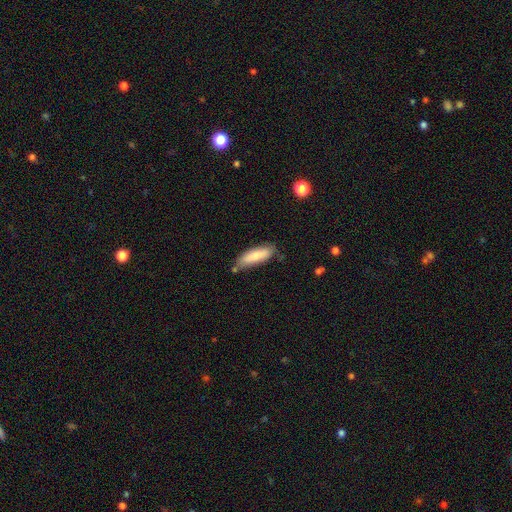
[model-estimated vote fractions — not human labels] A smooth galaxy with no disk features (76%) that is cigar-shaped (55%). Merging: none (72%).